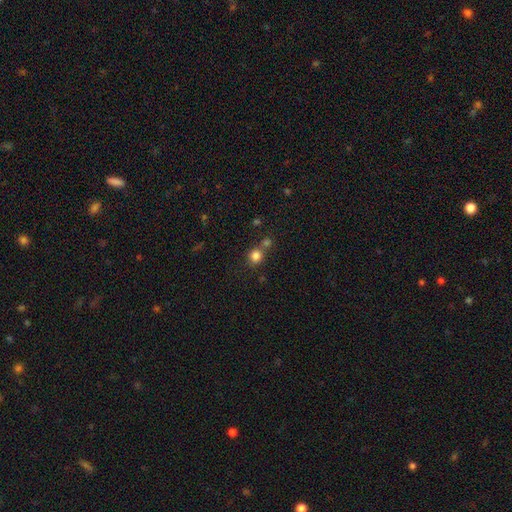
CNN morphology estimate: This appears to be a smooth galaxy with no disk features (81%) that is round (84%). Merging: none (58%).